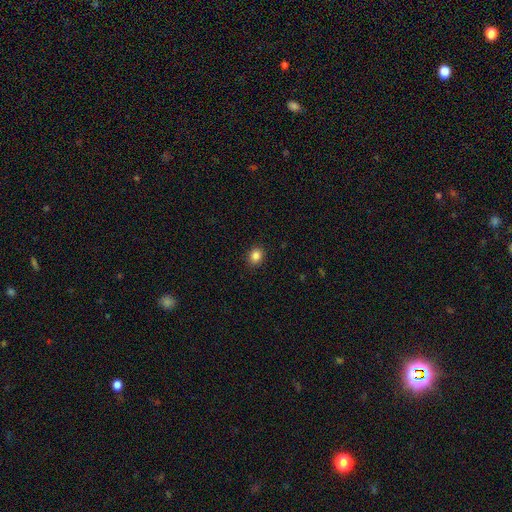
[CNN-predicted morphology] This appears to be a smooth galaxy with no disk features (86%) that is round (60%). Merging: none (90%).